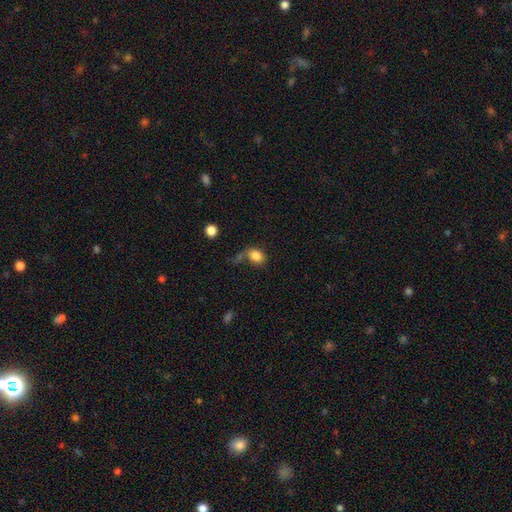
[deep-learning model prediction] This appears to be a smooth galaxy with no disk features (83%) that is in between round and cigar-shaped (71%). Merging: none (46%).